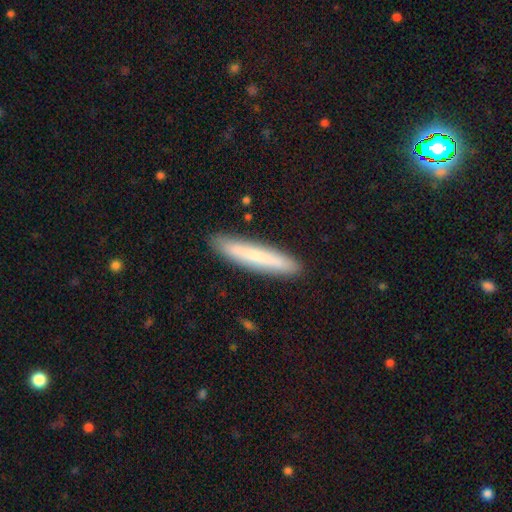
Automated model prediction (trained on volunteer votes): Smooth or featured: smooth — 68% (featured or disk — 26%)
How rounded: cigar-shaped — 93% (in between — 6%)
Merging: none — 89% (minor disturbance — 8%)